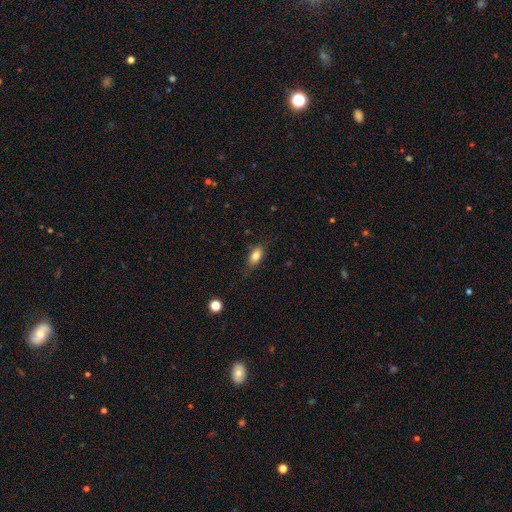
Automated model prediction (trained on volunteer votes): A smooth galaxy with no disk features (82%) that is in between round and cigar-shaped (87%).

Vote fractions:
- Smooth or featured? smooth: 82% / featured or disk: 9% / star or artifact: 9%
- How rounded? in between: 87% / cigar-shaped: 8% / round: 6%
- Merging? none: 79% / minor disturbance: 16% / major disturbance: 4% / merger: 1%